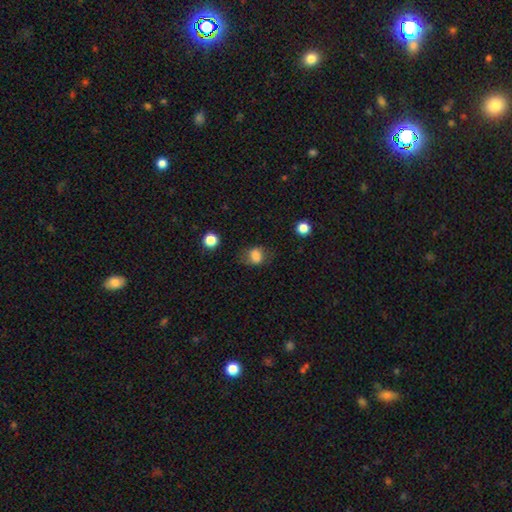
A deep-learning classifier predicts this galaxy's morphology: This is likely a smooth galaxy (79%). How rounded: possibly in between (51%). Merging: likely none (64%).